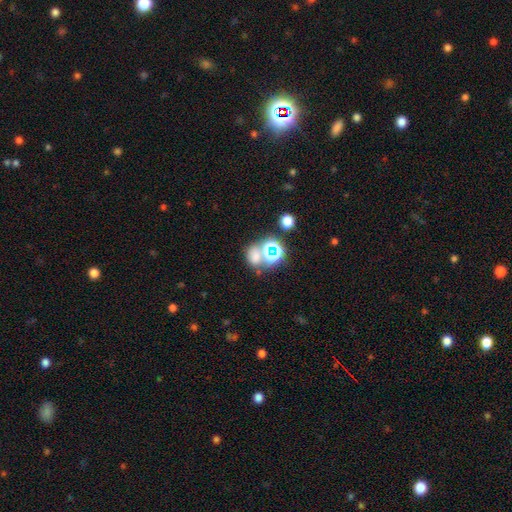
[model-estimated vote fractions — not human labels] Overall: smooth (52%; star or artifact 34%). How rounded: round (57%; in between 41%). Merging: none (44%; merger 37%).